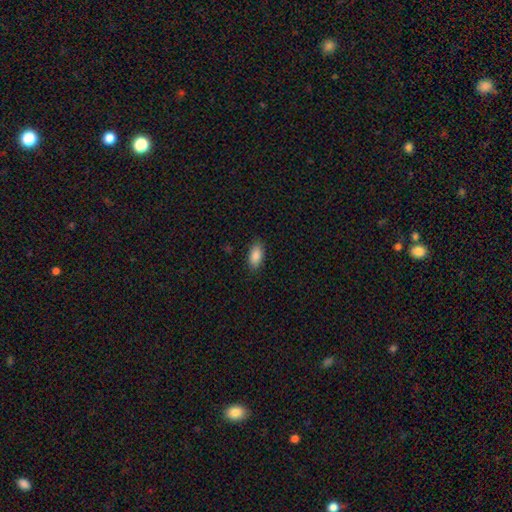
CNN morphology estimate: This appears to be a smooth galaxy with no disk features (89%) that is in between round and cigar-shaped (92%). Merging: none (87%).